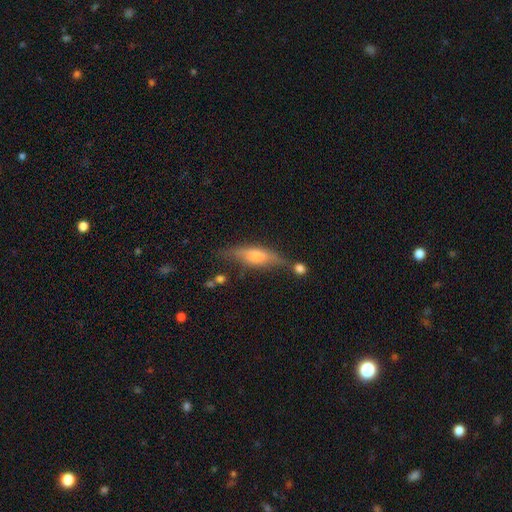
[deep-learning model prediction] Overall: featured or disk (53%; smooth 39%). Edge-on disk: yes (84%). Merging: none (63%).